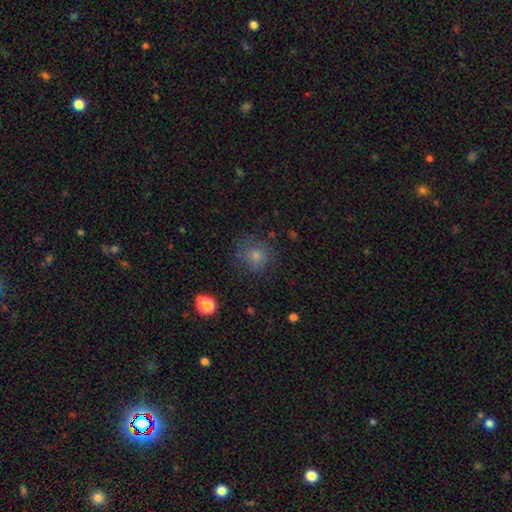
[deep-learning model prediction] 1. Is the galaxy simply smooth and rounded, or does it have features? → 68% smooth, 20% star or artifact, 13% featured or disk.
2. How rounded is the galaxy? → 88% round, 11% in between, 1% cigar-shaped.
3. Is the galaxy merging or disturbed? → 75% none, 16% minor disturbance, 7% major disturbance, 2% merger.